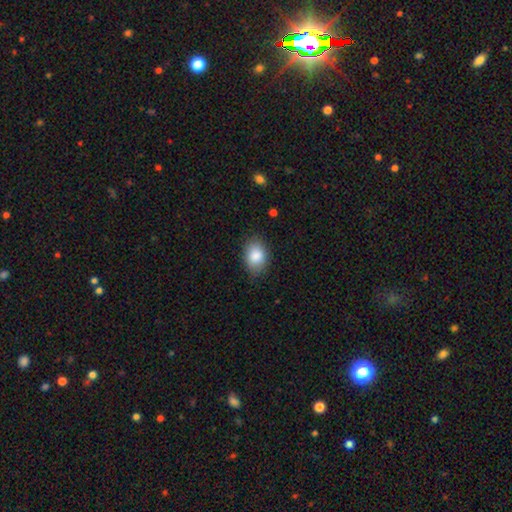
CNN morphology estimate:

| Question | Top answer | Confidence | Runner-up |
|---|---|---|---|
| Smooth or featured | smooth | 86% | star or artifact (8%) |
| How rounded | in between | 80% | round (19%) |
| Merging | none | 82% | minor disturbance (14%) |